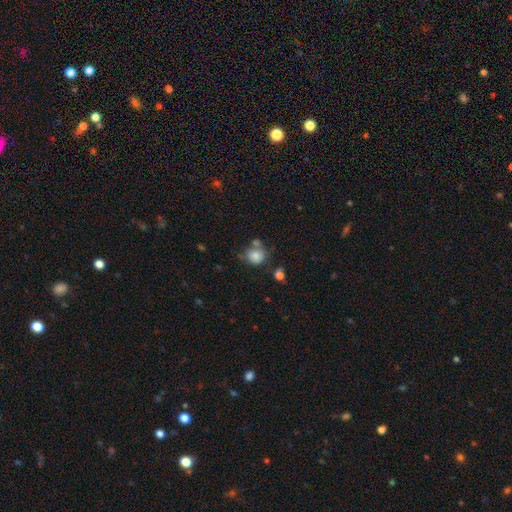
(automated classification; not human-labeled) Smooth or featured? Predicted: smooth (p=0.80). How rounded? Predicted: round (p=0.78). Merging? Predicted: none (p=0.54).